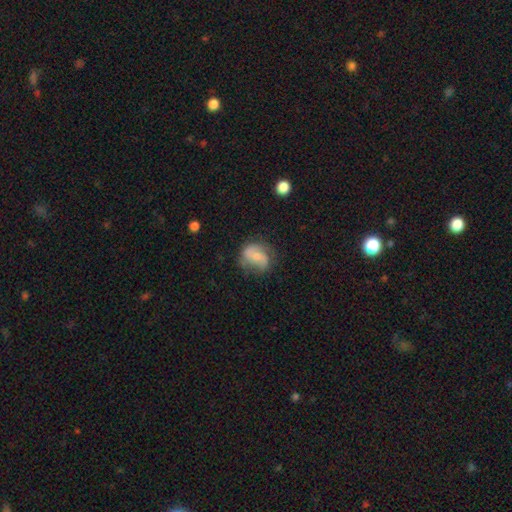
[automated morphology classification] Smooth or featured: featured or disk — 49% (smooth — 43%)
Merging: none — 54% (minor disturbance — 28%)